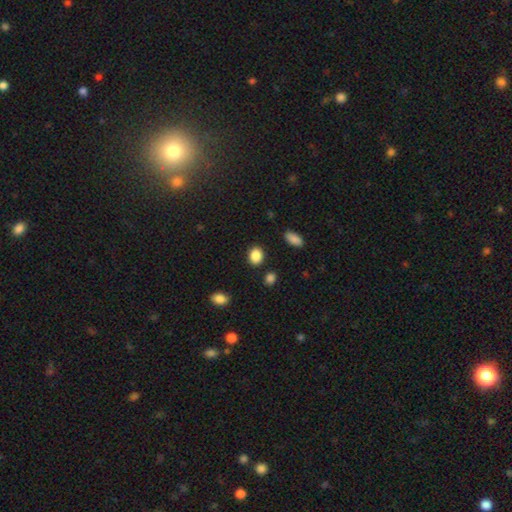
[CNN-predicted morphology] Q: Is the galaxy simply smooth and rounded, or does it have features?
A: smooth — 88%.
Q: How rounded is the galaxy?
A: in between — 54%.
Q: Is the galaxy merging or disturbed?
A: none — 86%.